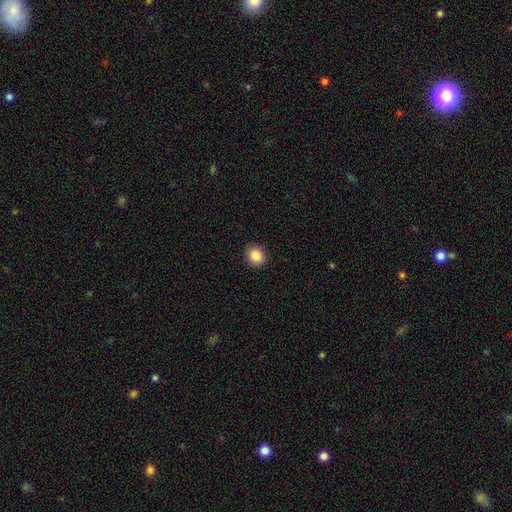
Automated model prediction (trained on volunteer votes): Smooth or featured?
  - smooth: 87% *
  - star or artifact: 9%
  - featured or disk: 3%
How rounded?
  - round: 72% *
  - in between: 27%
  - cigar-shaped: 1%
Merging?
  - none: 91% *
  - minor disturbance: 6%
  - major disturbance: 2%
  - merger: 1%